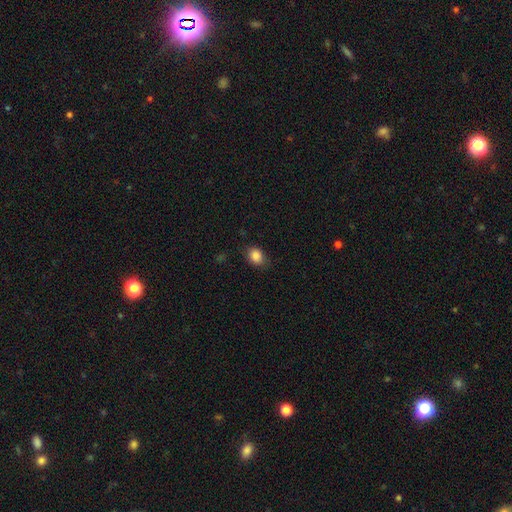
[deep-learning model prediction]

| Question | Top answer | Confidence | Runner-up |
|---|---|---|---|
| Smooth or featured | smooth | 86% | star or artifact (9%) |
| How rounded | in between | 57% | round (42%) |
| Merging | none | 78% | minor disturbance (17%) |